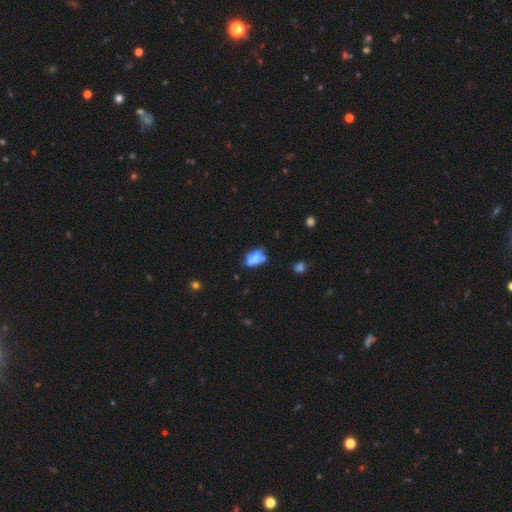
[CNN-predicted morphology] The model was most divided on "merging": none: 39%, merger: 26%, minor disturbance: 23%, major disturbance: 13%. More confident: how rounded — in between (81%); smooth or featured — smooth (57%).